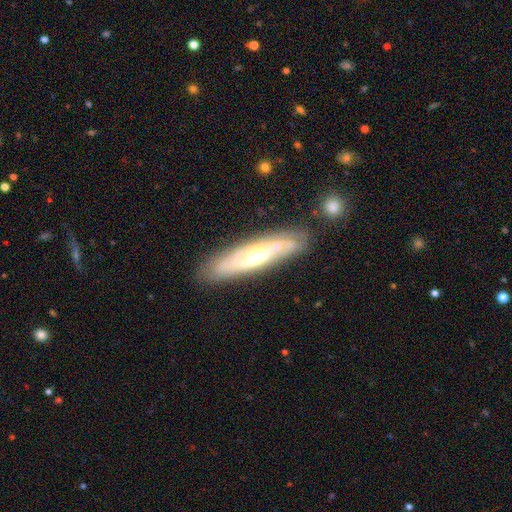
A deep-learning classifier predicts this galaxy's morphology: Smooth or featured: featured or disk — 68% (smooth — 26%)
Edge-on disk: no — 59% (yes — 41%)
Merging: none — 80% (minor disturbance — 13%)